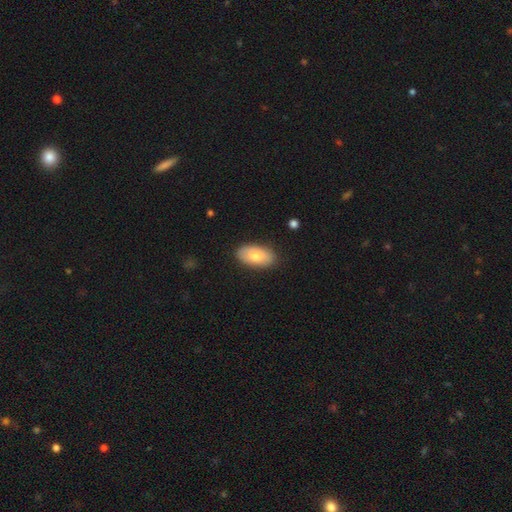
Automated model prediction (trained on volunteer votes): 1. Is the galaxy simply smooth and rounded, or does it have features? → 76% smooth, 18% featured or disk, 6% star or artifact.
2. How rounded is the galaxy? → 94% in between, 4% round, 2% cigar-shaped.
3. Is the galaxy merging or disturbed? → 83% none, 13% minor disturbance, 3% major disturbance, 1% merger.